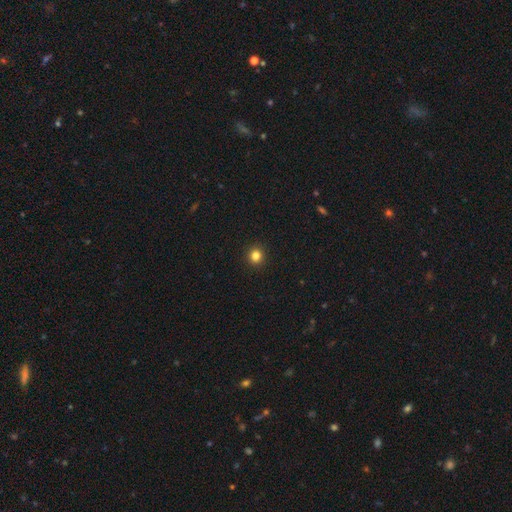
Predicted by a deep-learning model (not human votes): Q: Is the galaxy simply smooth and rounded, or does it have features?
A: smooth — 83%.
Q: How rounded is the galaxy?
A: round — 90%.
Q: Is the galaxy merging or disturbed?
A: none — 93%.